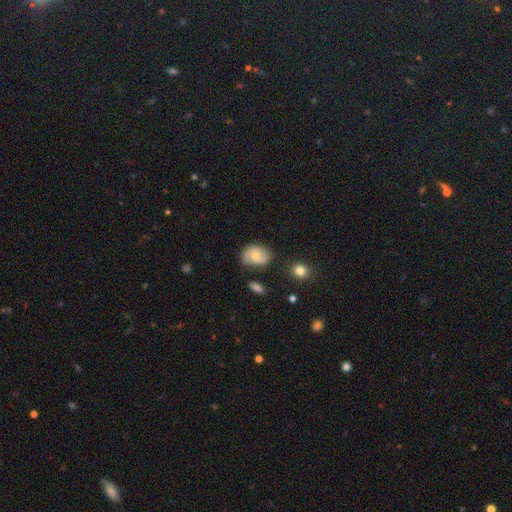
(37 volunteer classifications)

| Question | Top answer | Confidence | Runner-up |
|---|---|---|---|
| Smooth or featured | featured or disk | 49% | smooth (46%) |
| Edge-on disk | no | 94% | yes (6%) |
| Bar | no | 76% | weak (24%) |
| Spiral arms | yes | 76% | no (24%) |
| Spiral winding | medium | 46% | loose (38%) |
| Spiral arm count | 2 | 92% | can't tell (8%) |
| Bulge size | moderate | 59% | small (41%) |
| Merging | none | 74% | minor disturbance (20%) |